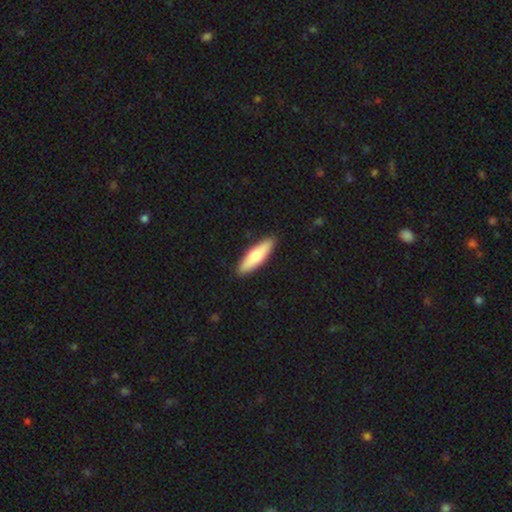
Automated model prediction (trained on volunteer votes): smooth_or_featured: smooth (p=0.67) [alt: featured or disk p=0.28]
how_rounded: cigar-shaped (p=0.63) [alt: in between p=0.35]
merging: none (p=0.90) [alt: minor disturbance p=0.07]